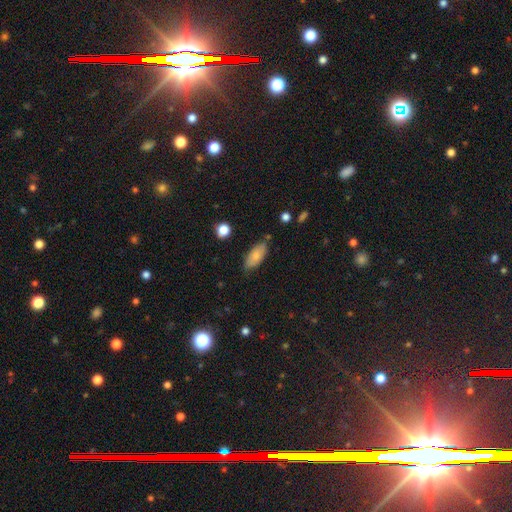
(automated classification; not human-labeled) Q: Smooth or featured?
A: smooth (80%); runner-up: featured or disk (13%)
Q: How rounded?
A: in between (86%); runner-up: cigar-shaped (12%)
Q: Merging?
A: none (76%); runner-up: minor disturbance (18%)